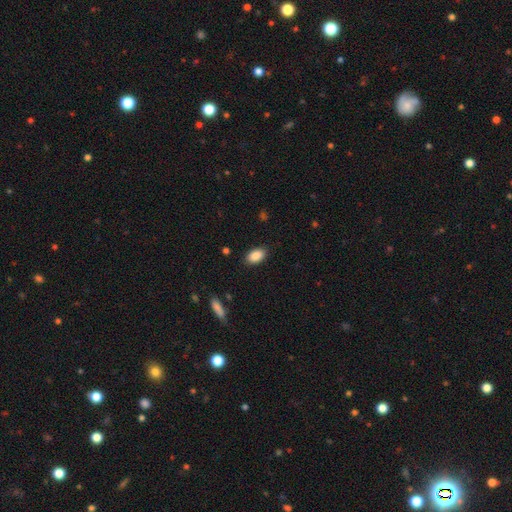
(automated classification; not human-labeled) This appears to be a smooth galaxy with no disk features (88%) that is in between round and cigar-shaped (93%). Merging: none (87%).